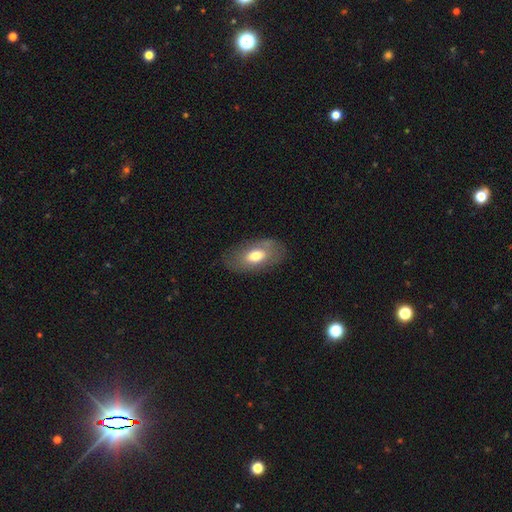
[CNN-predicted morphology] smooth_or_featured: smooth (p=0.65) [alt: featured or disk p=0.29]
how_rounded: in between (p=0.91) [alt: round p=0.05]
merging: none (p=0.79) [alt: minor disturbance p=0.15]